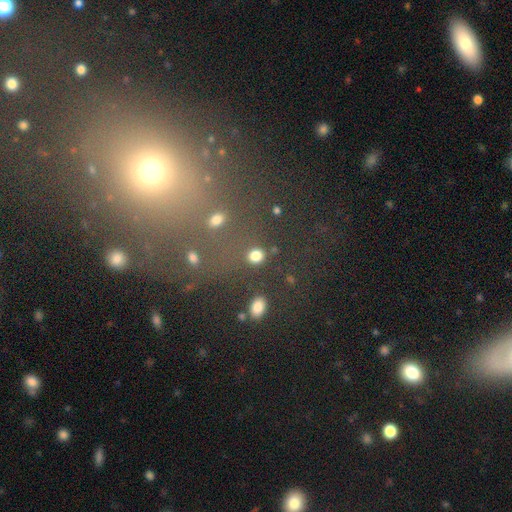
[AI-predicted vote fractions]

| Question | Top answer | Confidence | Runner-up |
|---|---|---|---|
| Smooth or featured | smooth | 83% | star or artifact (12%) |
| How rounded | round | 66% | in between (32%) |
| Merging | none | 80% | minor disturbance (9%) |